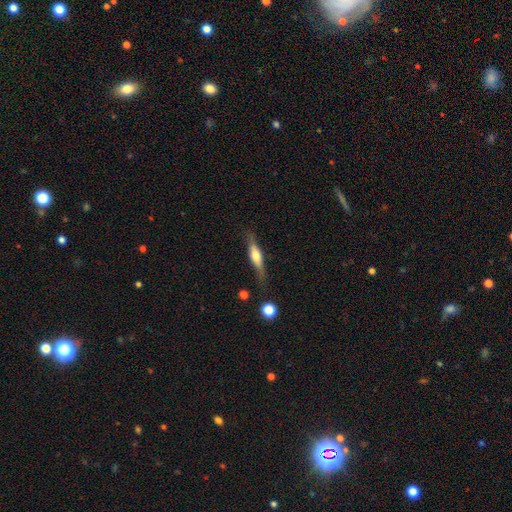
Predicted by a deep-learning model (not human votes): Smooth or featured? Predicted: featured or disk (p=0.54). Edge-on disk? Predicted: yes (p=0.93). Edge-on bulge? Predicted: rounded (p=0.82). Merging? Predicted: none (p=0.76).